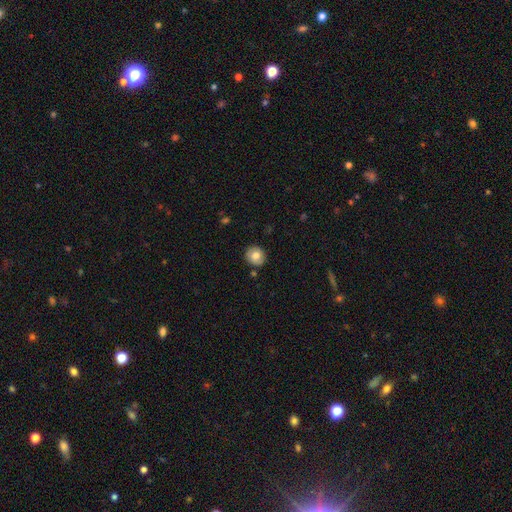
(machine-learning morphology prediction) type=smooth (73%); roundness=round (83%); merging=none (87%).